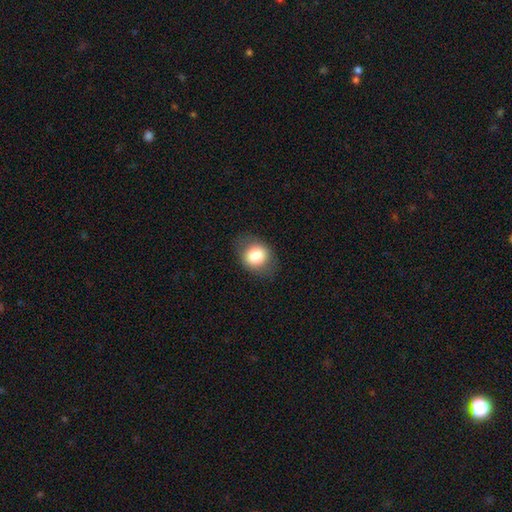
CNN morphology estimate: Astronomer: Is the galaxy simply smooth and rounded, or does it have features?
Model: smooth — 81%.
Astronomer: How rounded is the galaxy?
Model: round — 58% (runner-up: in between, 41%).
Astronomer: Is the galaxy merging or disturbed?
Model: none — 80%.